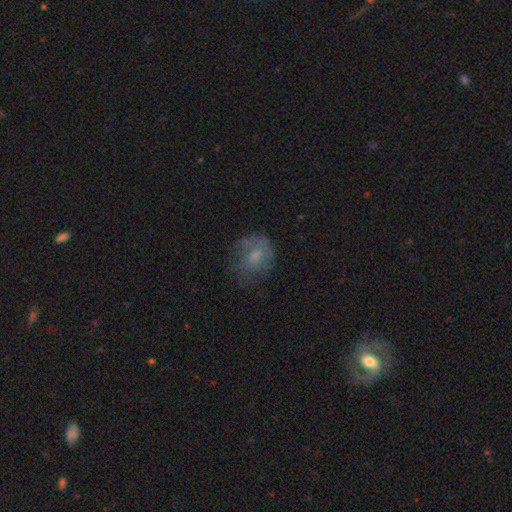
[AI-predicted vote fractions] Smooth or featured?
  - smooth: 55% *
  - featured or disk: 34%
  - star or artifact: 11%
How rounded?
  - round: 57% *
  - in between: 42%
  - cigar-shaped: 1%
Merging?
  - none: 48% *
  - minor disturbance: 27%
  - major disturbance: 22%
  - merger: 2%